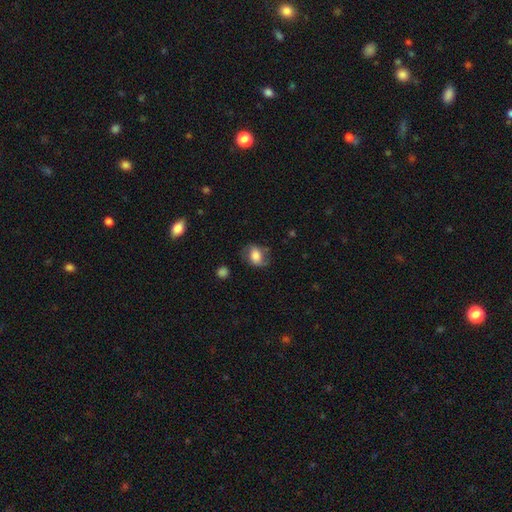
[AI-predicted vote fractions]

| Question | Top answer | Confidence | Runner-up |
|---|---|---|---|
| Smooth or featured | smooth | 55% | featured or disk (37%) |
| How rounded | in between | 67% | round (31%) |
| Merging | none | 65% | minor disturbance (22%) |